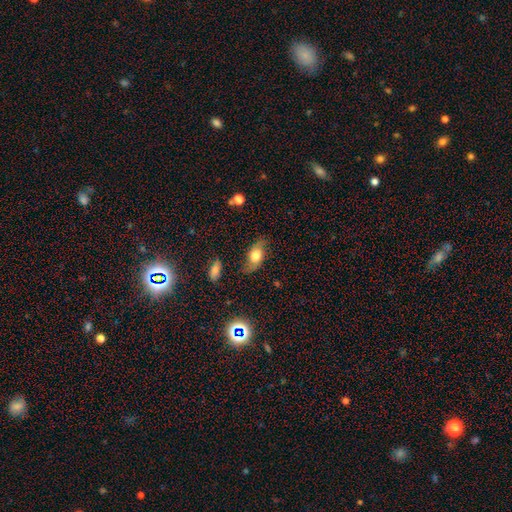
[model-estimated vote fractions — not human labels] smooth_or_featured: smooth (p=0.59) [alt: featured or disk p=0.32]
how_rounded: in between (p=0.85) [alt: round p=0.08]
merging: none (p=0.73) [alt: minor disturbance p=0.20]